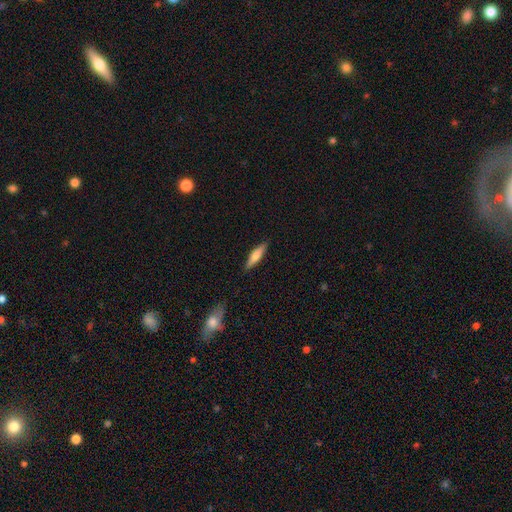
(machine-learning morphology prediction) Smooth or featured: smooth — 69% (featured or disk — 25%)
How rounded: cigar-shaped — 71% (in between — 27%)
Merging: none — 86% (minor disturbance — 10%)